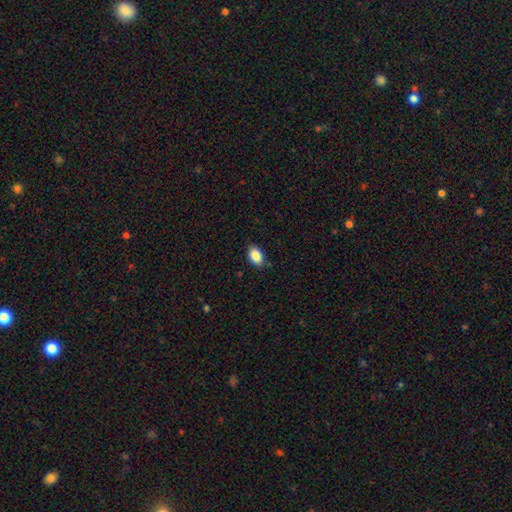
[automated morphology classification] The model was most divided on "merging": none: 85%, minor disturbance: 12%, major disturbance: 2%, merger: 1%. More confident: smooth or featured — smooth (88%); how rounded — in between (87%).